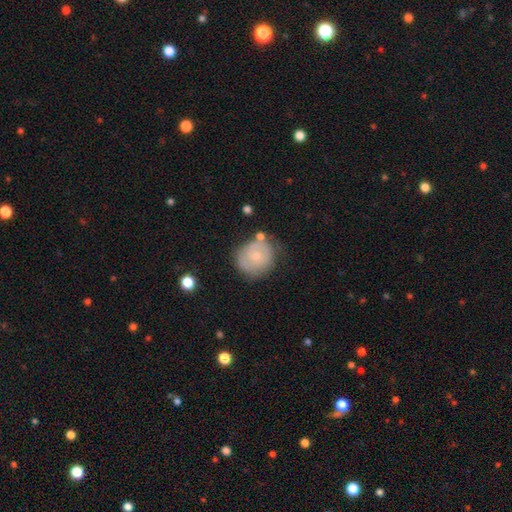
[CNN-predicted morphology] Smooth or featured? Predicted: smooth (p=0.53). How rounded? Predicted: round (p=0.79). Merging? Predicted: none (p=0.62).